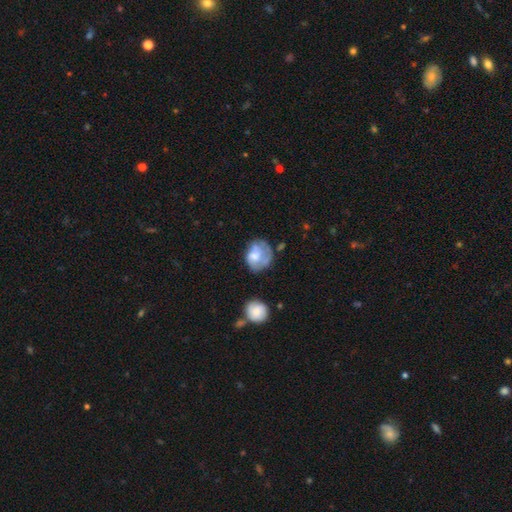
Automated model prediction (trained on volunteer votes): A smooth galaxy with no disk features (52%) that is round (58%).

Vote fractions:
- Smooth or featured? smooth: 52% / featured or disk: 41% / star or artifact: 8%
- How rounded? round: 58% / in between: 41% / cigar-shaped: 1%
- Merging? none: 43% / minor disturbance: 28% / major disturbance: 23% / merger: 6%